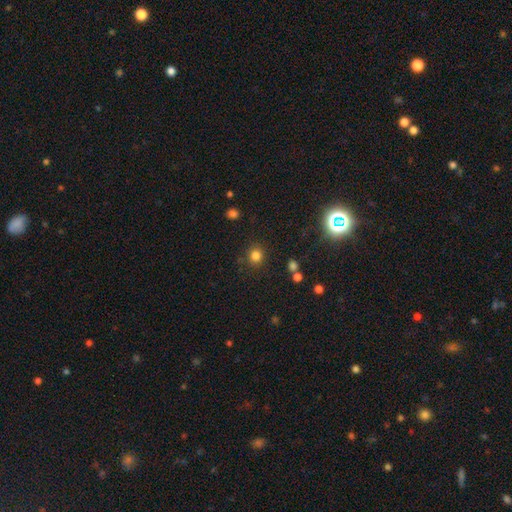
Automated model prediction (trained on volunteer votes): Smooth or featured: smooth — 81% (star or artifact — 14%)
How rounded: round — 88% (in between — 11%)
Merging: none — 86% (minor disturbance — 8%)